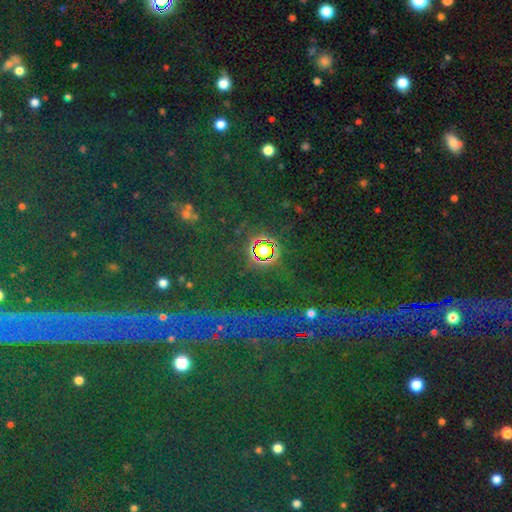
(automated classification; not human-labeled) The model was most divided on "smooth or featured": star or artifact: 81%, smooth: 11%, featured or disk: 7%.